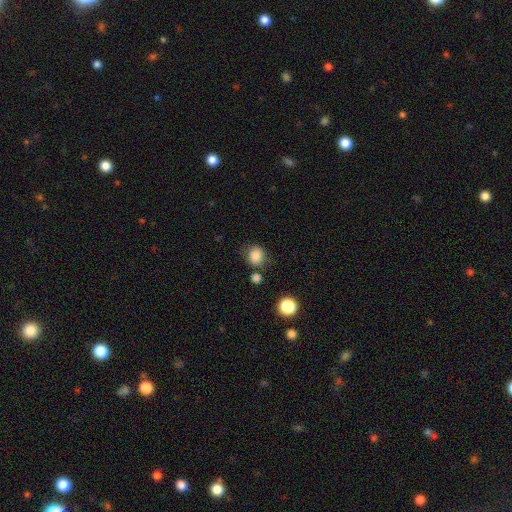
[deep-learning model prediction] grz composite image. It shows a smooth galaxy with no disk features (85%) that is round (73%). Merging: none (72%).